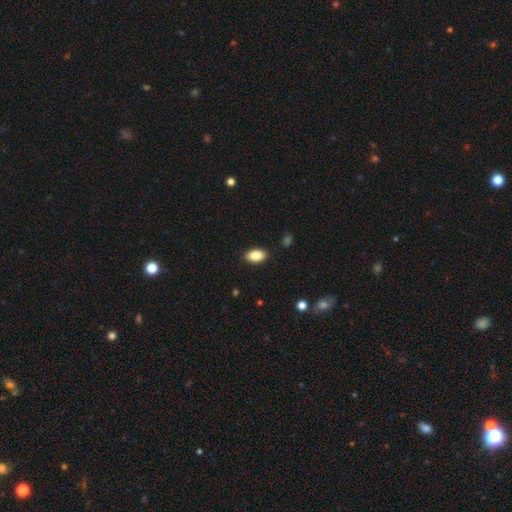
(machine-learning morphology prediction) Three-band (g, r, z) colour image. It shows a smooth galaxy with no disk features (87%) that is in between round and cigar-shaped (92%). Merging: none (88%).